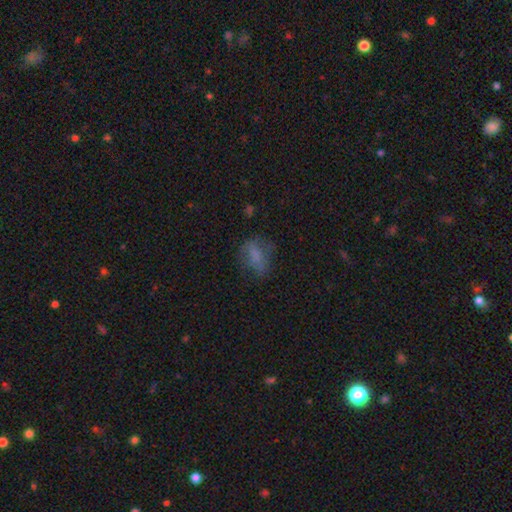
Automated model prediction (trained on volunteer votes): Smooth or featured? smooth (58%)
How rounded? in between (71%)
Merging? none (52%)